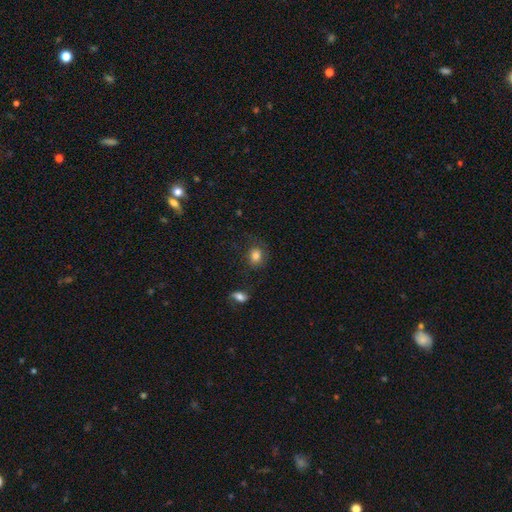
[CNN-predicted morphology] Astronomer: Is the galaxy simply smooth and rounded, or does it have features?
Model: smooth — 81%.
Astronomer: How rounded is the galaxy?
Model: round — 69%.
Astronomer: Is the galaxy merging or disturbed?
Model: none — 71%.